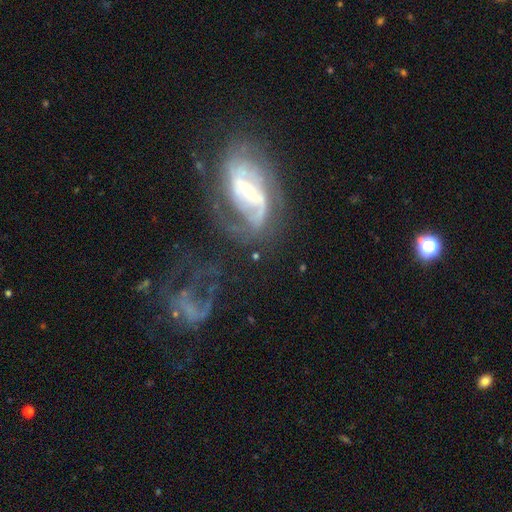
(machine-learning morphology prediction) Smooth or featured: featured or disk — 78% (smooth — 12%)
Edge-on disk: no — 94% (yes — 6%)
Bar: strong — 44% (weak — 36%)
Spiral arms: yes — 86% (no — 14%)
Spiral winding: medium — 42% (tight — 30%)
Spiral arm count: 2 — 54% (can't tell — 21%)
Bulge size: small — 52% (moderate — 35%)
Merging: none — 44% (major disturbance — 28%)